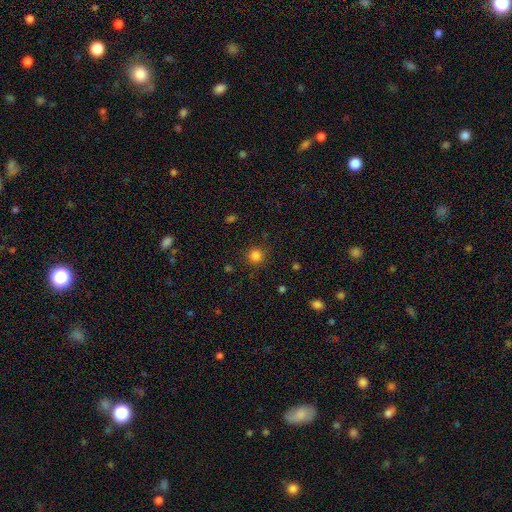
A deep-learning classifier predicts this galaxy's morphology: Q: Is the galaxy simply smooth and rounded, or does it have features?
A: smooth — 83%.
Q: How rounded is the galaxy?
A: round — 94%.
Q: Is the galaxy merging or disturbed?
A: none — 89%.